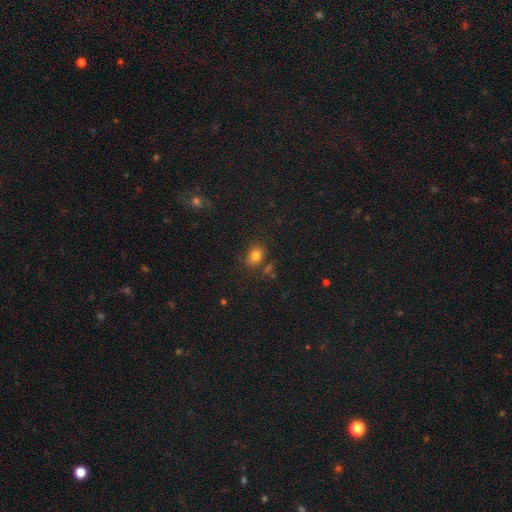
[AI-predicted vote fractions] This is likely a smooth galaxy (79%). How rounded: possibly in between (54%). Merging: likely none (74%).